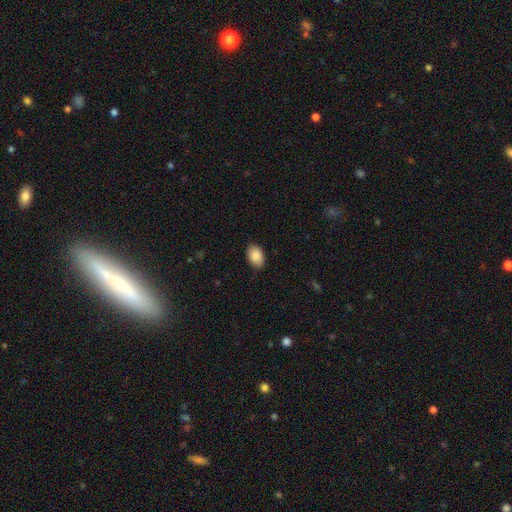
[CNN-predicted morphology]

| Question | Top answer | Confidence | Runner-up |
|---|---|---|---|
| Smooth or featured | smooth | 88% | star or artifact (7%) |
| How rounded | in between | 89% | round (10%) |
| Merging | none | 85% | minor disturbance (11%) |